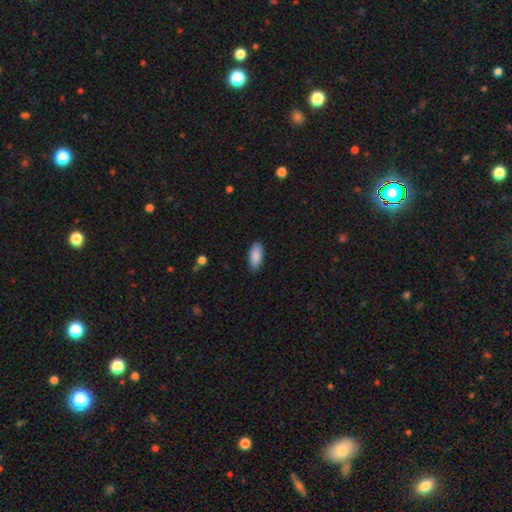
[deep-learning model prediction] Q: Smooth or featured?
A: smooth (89%); runner-up: star or artifact (6%)
Q: How rounded?
A: in between (87%); runner-up: cigar-shaped (11%)
Q: Merging?
A: none (86%); runner-up: minor disturbance (11%)